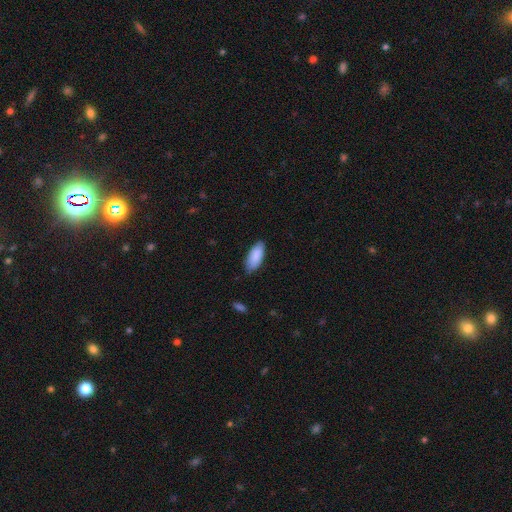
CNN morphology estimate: The model was most divided on "merging": none: 80%, minor disturbance: 17%, major disturbance: 2%, merger: 1%. More confident: smooth or featured — smooth (89%); how rounded — in between (85%).